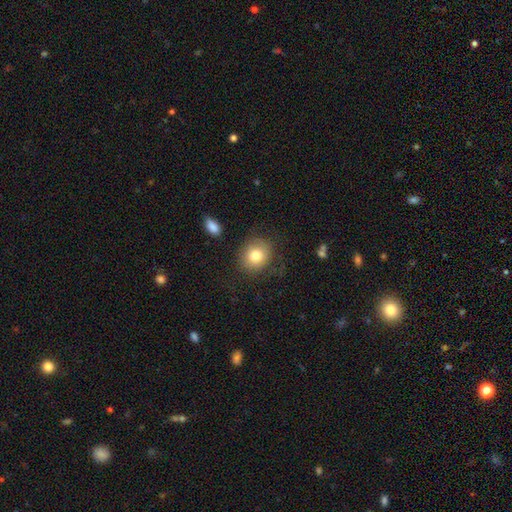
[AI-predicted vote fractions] smooth 80%, featured or disk 11%, star or artifact 9%. Down the decision tree: how rounded — round (79%); merging — none (77%).